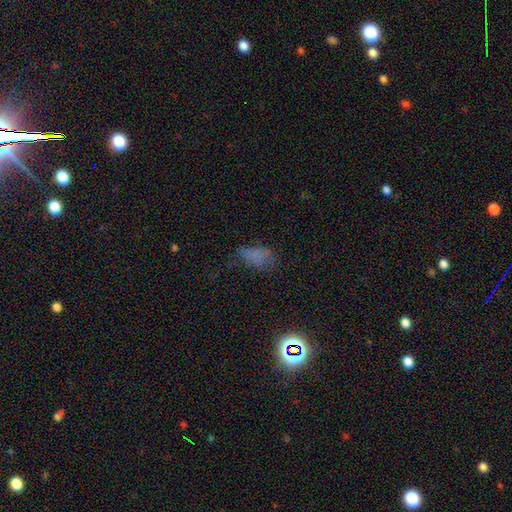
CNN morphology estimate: This appears to be a smooth galaxy with no disk features (57%) that is in between round and cigar-shaped (85%). Merging: none (42%).